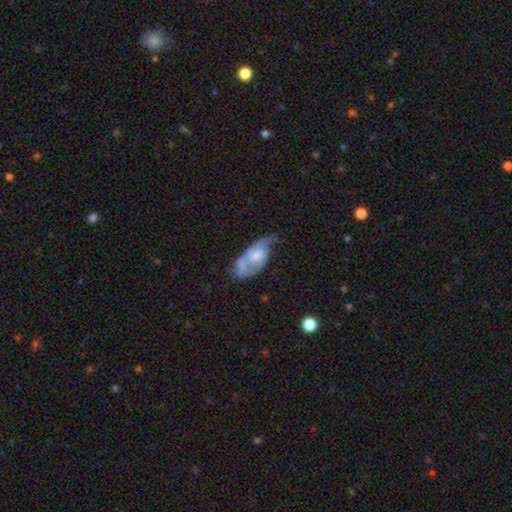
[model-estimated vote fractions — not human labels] featured or disk 58%, smooth 35%, star or artifact 7%. Down the decision tree: edge-on disk — no (91%); bar — no (68%); spiral arms — yes (62%); bulge size — moderate (40%); merging — none (31%).